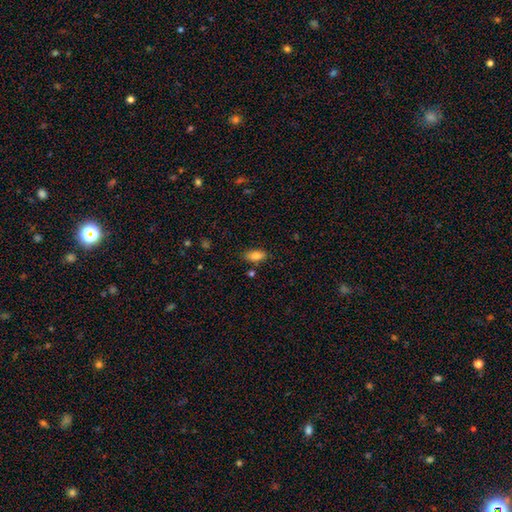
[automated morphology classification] Smooth or featured? smooth (84%)
How rounded? in between (89%)
Merging? none (82%)